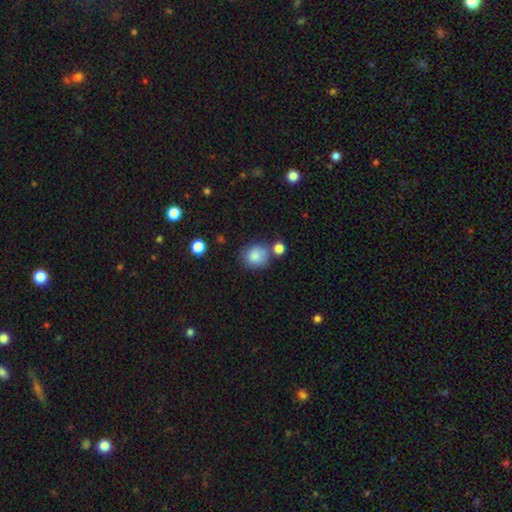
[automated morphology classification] Smooth or featured?
  - smooth: 85% *
  - star or artifact: 9%
  - featured or disk: 6%
How rounded?
  - round: 81% *
  - in between: 18%
  - cigar-shaped: 1%
Merging?
  - none: 61% *
  - merger: 17%
  - minor disturbance: 16%
  - major disturbance: 5%